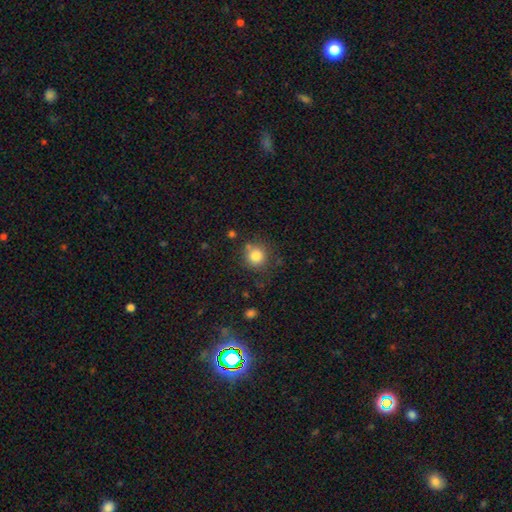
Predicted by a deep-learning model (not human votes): Morphology: type=smooth (83%); roundness=round (92%); merging=none (78%).